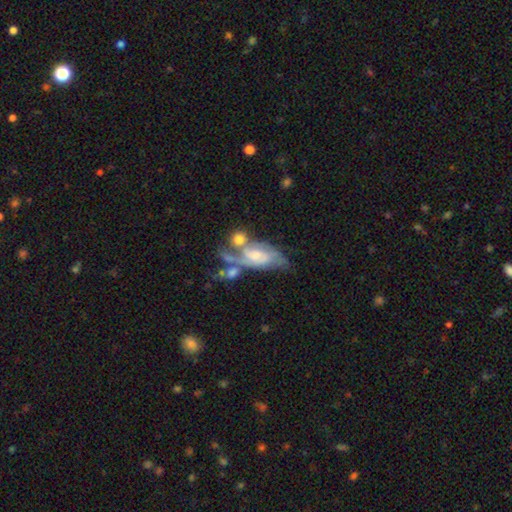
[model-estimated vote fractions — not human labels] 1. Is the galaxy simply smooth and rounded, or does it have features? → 66% featured or disk, 26% smooth, 8% star or artifact.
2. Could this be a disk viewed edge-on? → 92% no, 8% yes.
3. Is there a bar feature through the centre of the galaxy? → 58% no, 32% weak, 10% strong.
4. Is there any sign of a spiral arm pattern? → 77% yes, 23% no.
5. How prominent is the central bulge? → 38% small, 33% moderate, 18% none, 9% large, 2% dominant.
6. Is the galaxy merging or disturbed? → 33% merger, 27% none, 22% major disturbance, 18% minor disturbance.